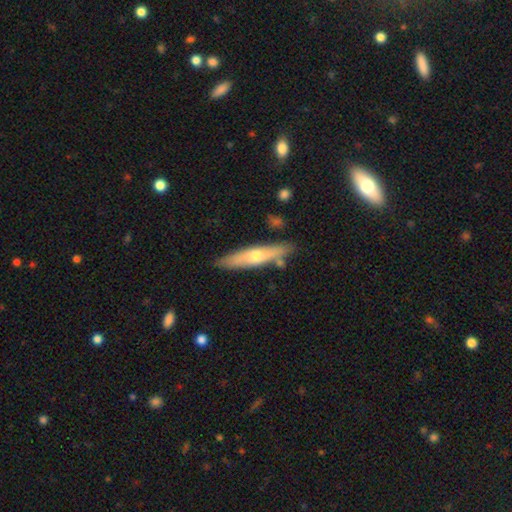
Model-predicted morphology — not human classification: This appears to be a featured or disk galaxy (49%). Merging: none (84%).